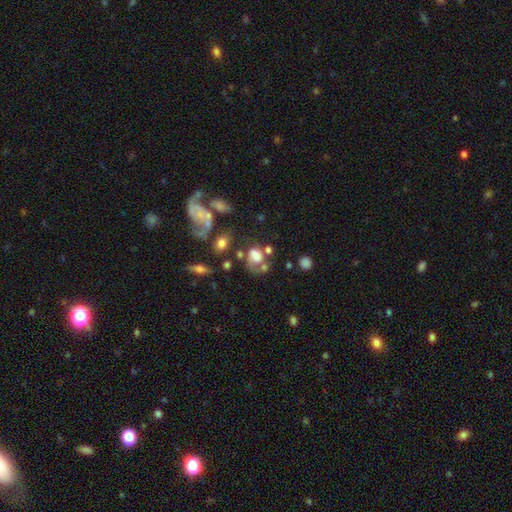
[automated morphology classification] Smooth or featured?
  - smooth: 51% *
  - featured or disk: 38%
  - star or artifact: 12%
How rounded?
  - in between: 60% *
  - round: 38%
  - cigar-shaped: 1%
Merging?
  - none: 32% *
  - major disturbance: 26%
  - merger: 22%
  - minor disturbance: 19%